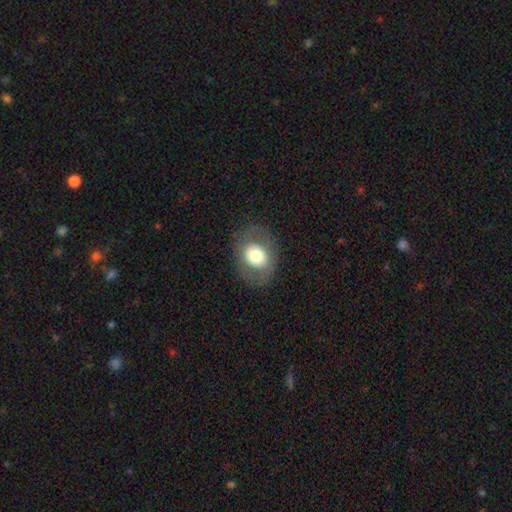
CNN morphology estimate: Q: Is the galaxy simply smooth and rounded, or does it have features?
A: smooth — 65%.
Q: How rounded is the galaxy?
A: in between — 53%.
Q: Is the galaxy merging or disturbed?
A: none — 80%.